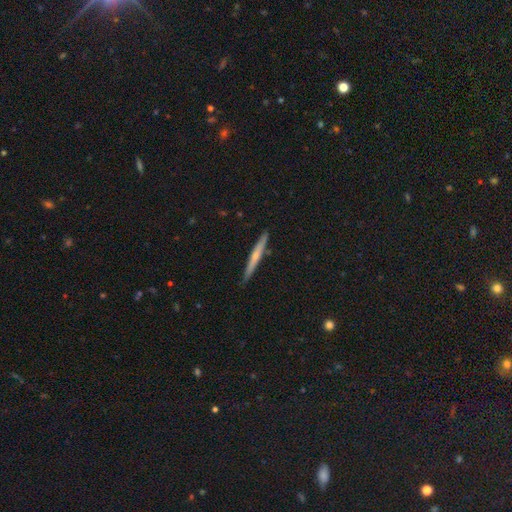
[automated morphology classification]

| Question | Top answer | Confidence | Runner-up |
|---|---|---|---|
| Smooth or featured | featured or disk | 56% | smooth (38%) |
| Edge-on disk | yes | 97% | no (3%) |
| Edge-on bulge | rounded | 57% | none (38%) |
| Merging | none | 88% | minor disturbance (9%) |